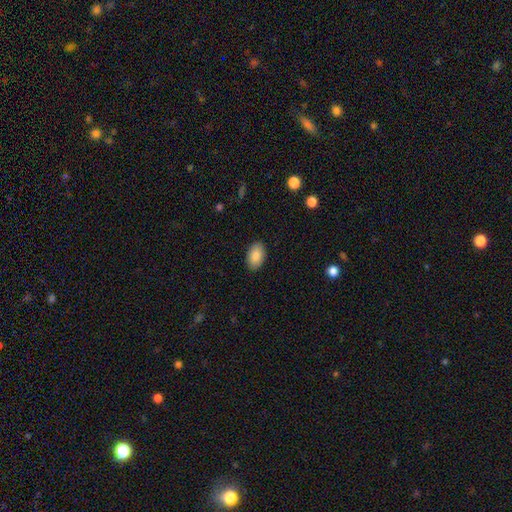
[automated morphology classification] Smooth or featured? Predicted: smooth (p=0.87). How rounded? Predicted: in between (p=0.93). Merging? Predicted: none (p=0.89).